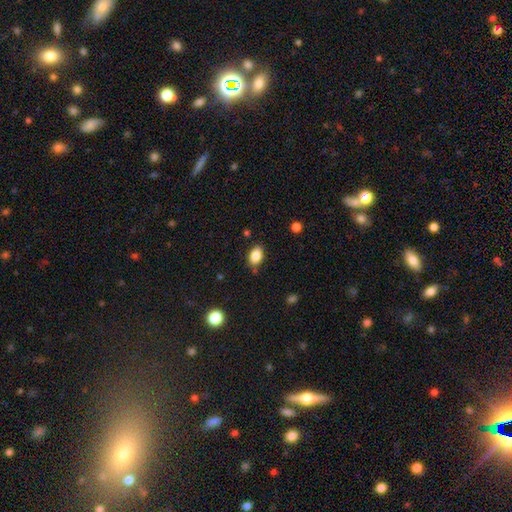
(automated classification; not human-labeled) This is clearly a smooth galaxy (86%). How rounded: clearly in between (89%). Merging: clearly none (82%).